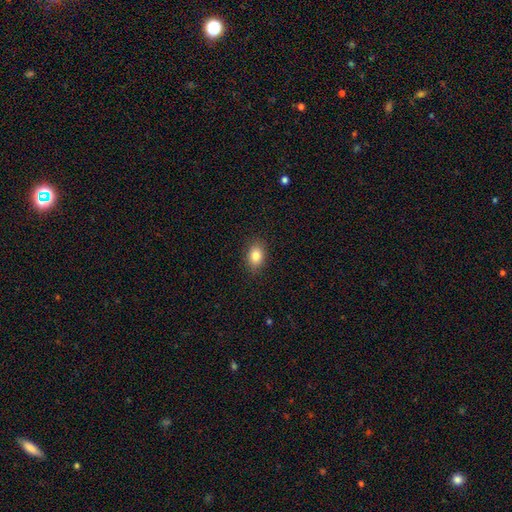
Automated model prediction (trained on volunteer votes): This is clearly a smooth galaxy (84%). How rounded: likely in between (79%). Merging: clearly none (88%).